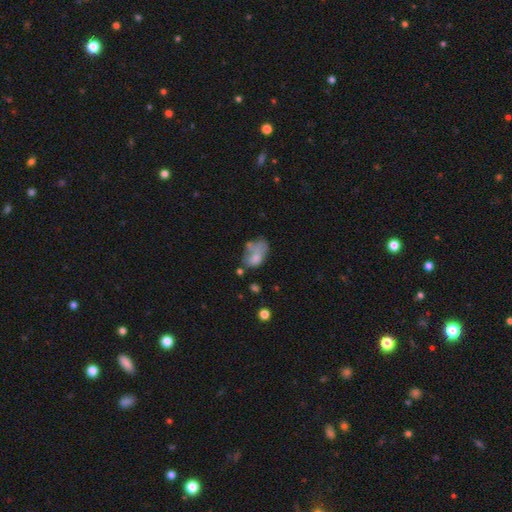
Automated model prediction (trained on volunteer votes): Overall: smooth (61%; featured or disk 28%). How rounded: in between (86%). Merging: major disturbance (26%, tied with none).